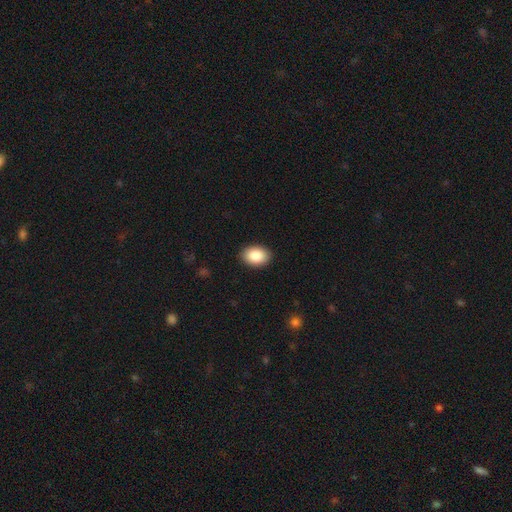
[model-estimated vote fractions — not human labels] This is clearly a smooth galaxy (89%). How rounded: clearly in between (83%). Merging: clearly none (90%).